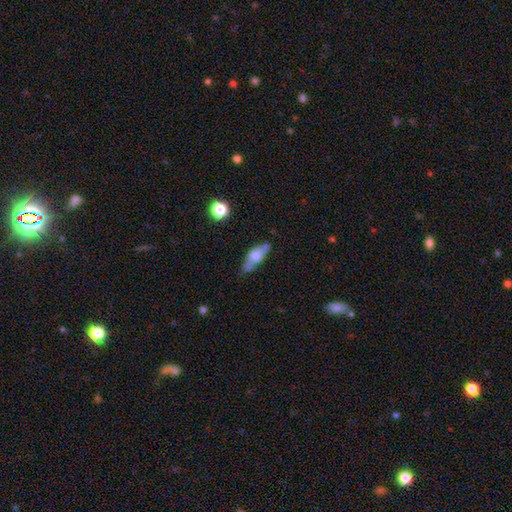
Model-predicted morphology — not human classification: Smooth or featured: smooth — 54% (featured or disk — 39%)
How rounded: in between — 67% (cigar-shaped — 29%)
Merging: none — 65% (minor disturbance — 25%)